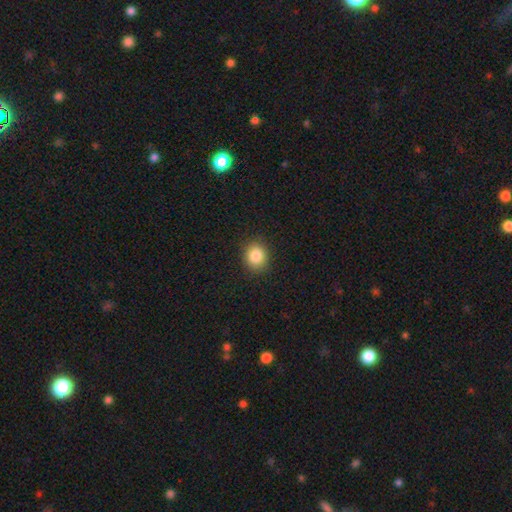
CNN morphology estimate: The model was most divided on "how rounded": round: 72%, in between: 27%, cigar-shaped: 1%. More confident: merging — none (89%); smooth or featured — smooth (85%).